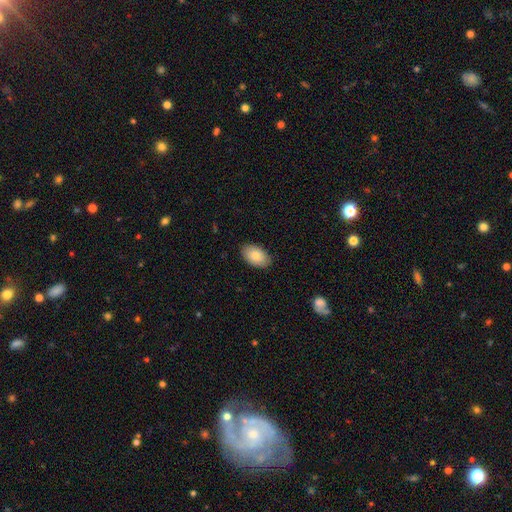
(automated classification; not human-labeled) Overall: smooth (86%). How rounded: in between (93%). Merging: none (86%).